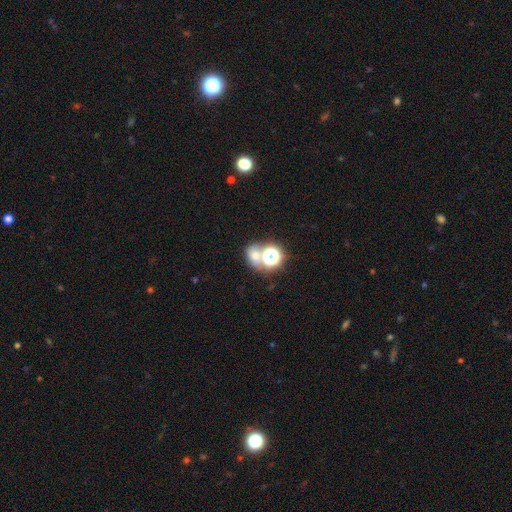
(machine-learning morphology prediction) type=smooth (59%); roundness=round (63%); merging=none (47%).